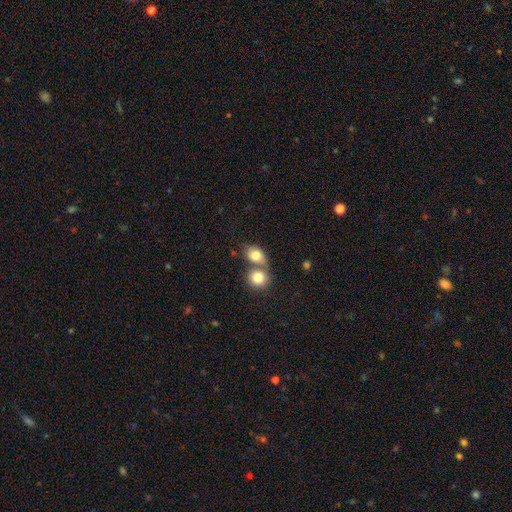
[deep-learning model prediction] Smooth or featured? smooth (81%)
How rounded? in between (51%)
Merging? merger (56%)